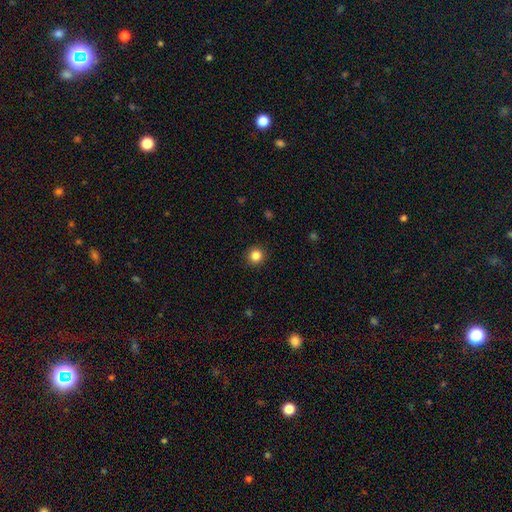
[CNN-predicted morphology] Smooth or featured: smooth — 85% (star or artifact — 11%)
How rounded: round — 93% (in between — 6%)
Merging: none — 92% (minor disturbance — 5%)